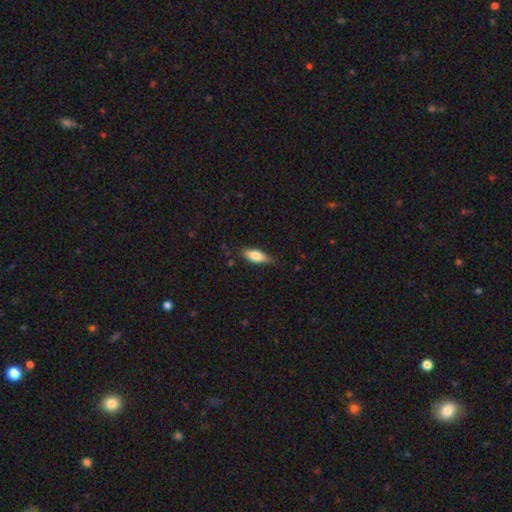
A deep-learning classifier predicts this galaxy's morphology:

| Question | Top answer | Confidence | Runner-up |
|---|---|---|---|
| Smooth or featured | smooth | 74% | featured or disk (19%) |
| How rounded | in between | 71% | cigar-shaped (27%) |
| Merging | none | 81% | minor disturbance (15%) |